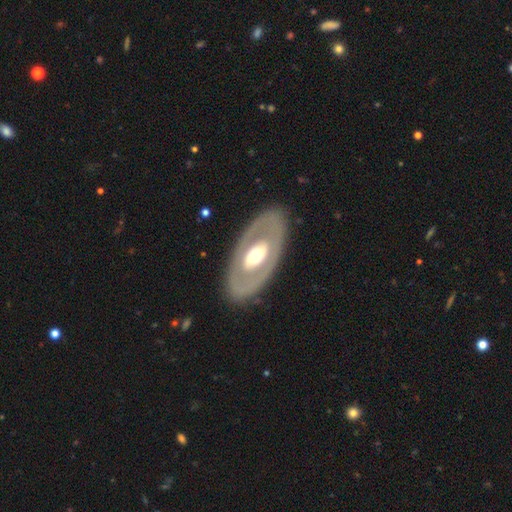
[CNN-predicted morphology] Smooth or featured: featured or disk — 63% (smooth — 32%)
Edge-on disk: no — 87% (yes — 13%)
Bar: no — 72% (weak — 16%)
Spiral arms: no — 88% (yes — 12%)
Bulge size: moderate — 64% (large — 24%)
Merging: none — 84% (minor disturbance — 10%)